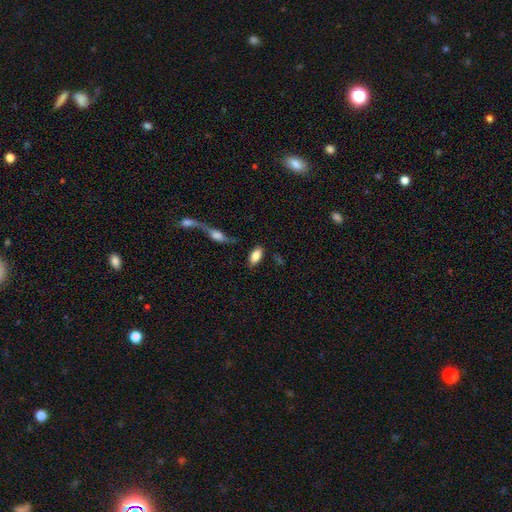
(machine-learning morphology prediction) This is clearly a smooth galaxy (81%). How rounded: clearly in between (92%). Merging: likely none (75%).